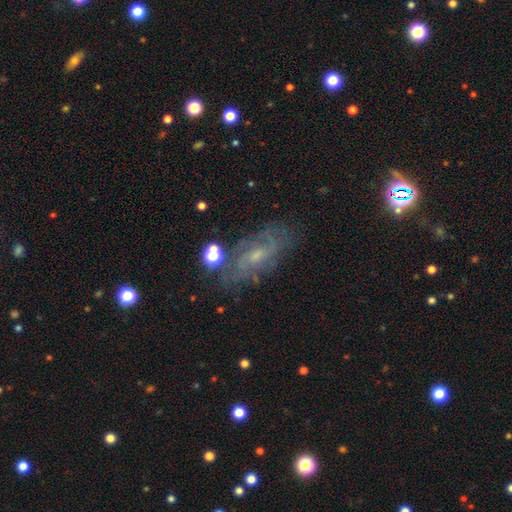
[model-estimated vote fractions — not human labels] Q: Smooth or featured?
A: featured or disk (61%); runner-up: smooth (24%)
Q: Edge-on disk?
A: no (87%); runner-up: yes (13%)
Q: Bar?
A: no (53%); runner-up: weak (39%)
Q: Spiral arms?
A: yes (74%); runner-up: no (26%)
Q: Bulge size?
A: small (62%); runner-up: moderate (30%)
Q: Merging?
A: none (72%); runner-up: minor disturbance (17%)